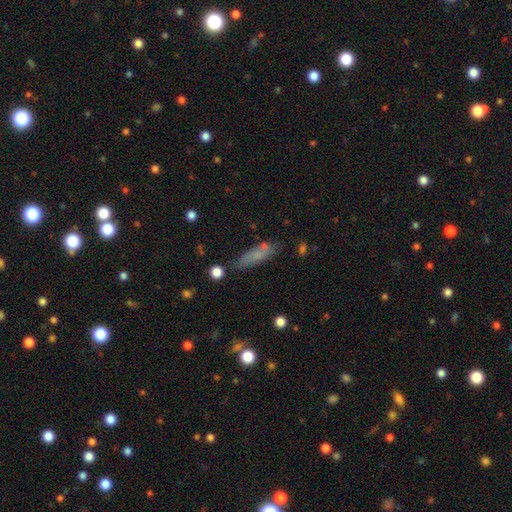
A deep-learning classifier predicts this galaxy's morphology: The model was most divided on "how rounded": cigar-shaped: 60%, in between: 37%, round: 3%. More confident: merging — none (69%); smooth or featured — smooth (69%).